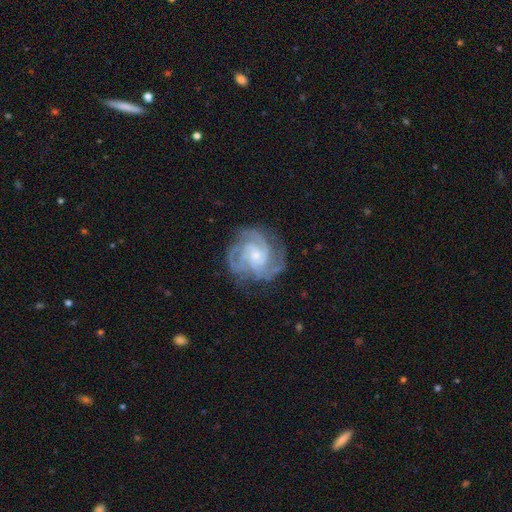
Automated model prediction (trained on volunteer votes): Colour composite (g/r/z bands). It shows a featured or disk galaxy (89%) with no bar (64%), 3 (40%) tight (60%) spiral arms (98%) and a small central bulge (60%). Merging: none (74%).